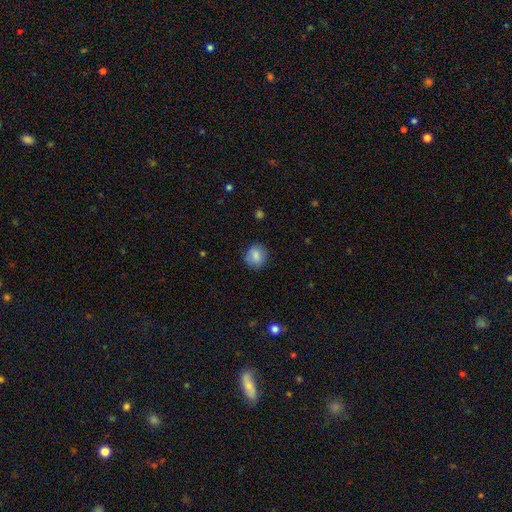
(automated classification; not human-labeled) smooth 85%, star or artifact 8%, featured or disk 7%. Down the decision tree: how rounded — round (85%); merging — none (86%).